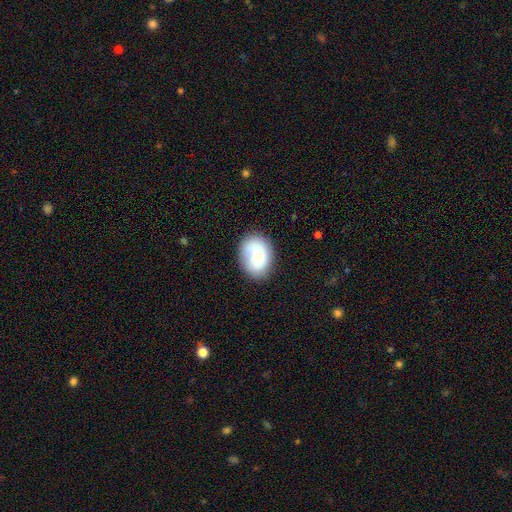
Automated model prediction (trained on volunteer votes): Q: Smooth or featured?
A: smooth (75%); runner-up: featured or disk (18%)
Q: How rounded?
A: in between (64%); runner-up: round (35%)
Q: Merging?
A: none (69%); runner-up: minor disturbance (20%)